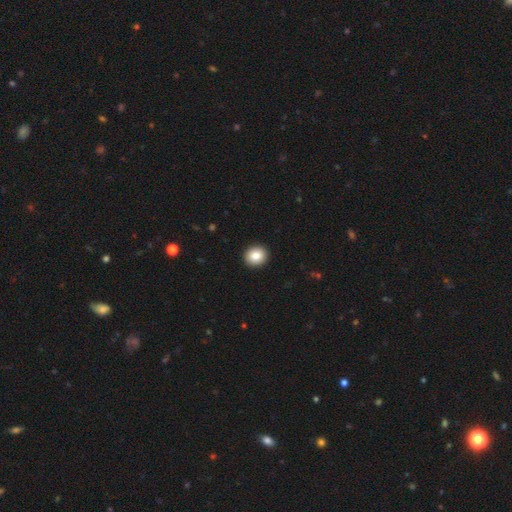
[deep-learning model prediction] This is clearly a smooth galaxy (85%). How rounded: clearly round (80%). Merging: clearly none (93%).